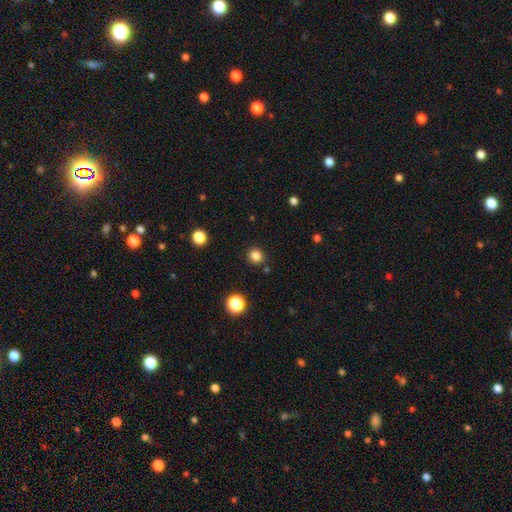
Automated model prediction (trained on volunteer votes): Overall: smooth (82%). How rounded: round (93%). Merging: none (89%).